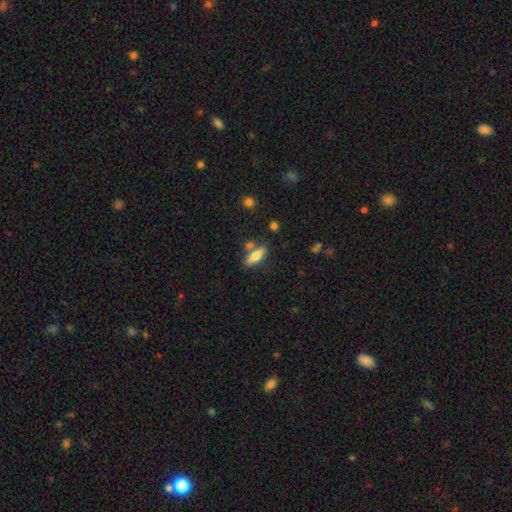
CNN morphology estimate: A smooth galaxy with no disk features (70%) that is in between round and cigar-shaped (58%).

Vote fractions:
- Smooth or featured? smooth: 70% / featured or disk: 23% / star or artifact: 7%
- How rounded? in between: 58% / cigar-shaped: 39% / round: 3%
- Merging? none: 73% / minor disturbance: 12% / merger: 12% / major disturbance: 3%